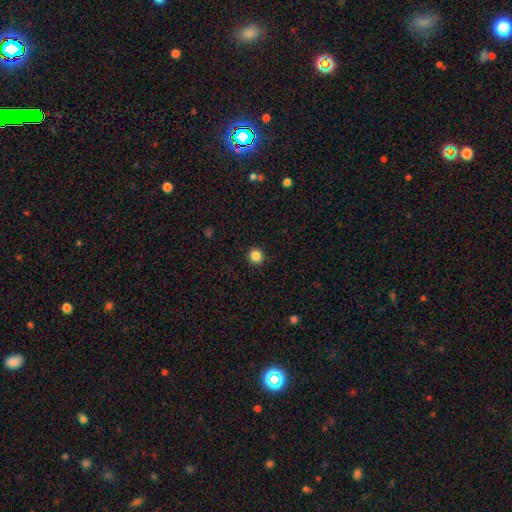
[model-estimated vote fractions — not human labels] This appears to be a smooth galaxy with no disk features (84%) that is round (93%). Merging: none (92%).